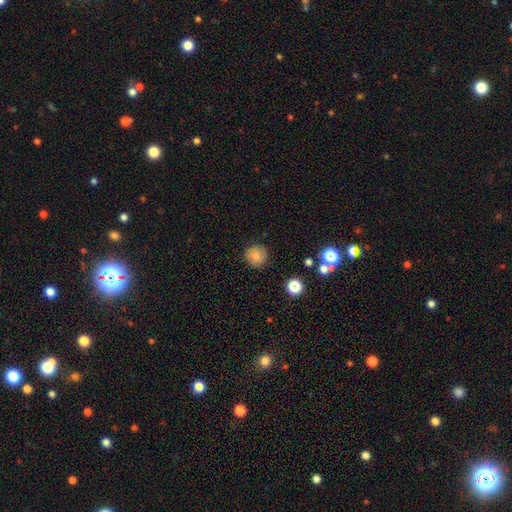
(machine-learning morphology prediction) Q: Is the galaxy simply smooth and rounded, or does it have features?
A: smooth — 77%.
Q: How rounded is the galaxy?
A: round — 92%.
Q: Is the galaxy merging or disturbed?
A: none — 83%.